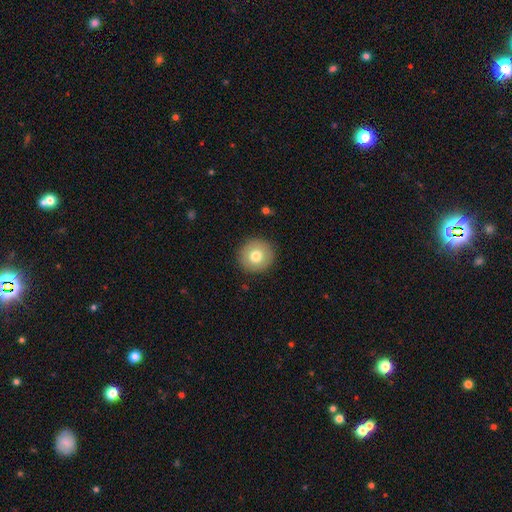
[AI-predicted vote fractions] A smooth galaxy with no disk features (76%) that is round (94%).

Vote fractions:
- Smooth or featured? smooth: 76% / featured or disk: 15% / star or artifact: 9%
- How rounded? round: 94% / in between: 5% / cigar-shaped: 1%
- Merging? none: 91% / minor disturbance: 6% / major disturbance: 2% / merger: 1%